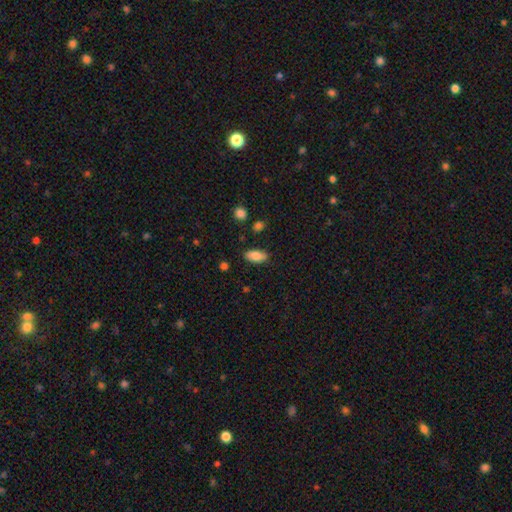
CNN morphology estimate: A smooth galaxy with no disk features (84%) that is in between round and cigar-shaped (87%). Merging: none (84%).